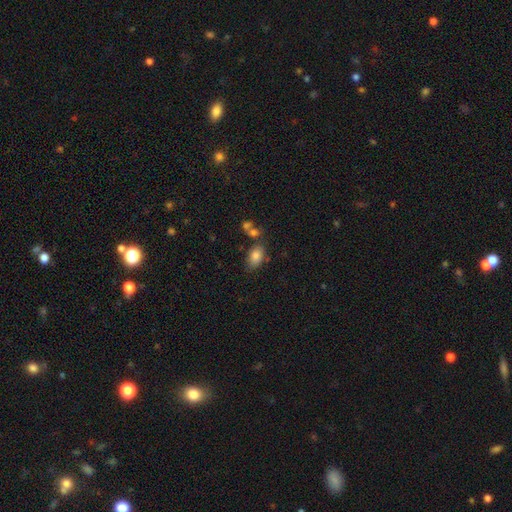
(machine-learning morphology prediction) Smooth or featured? smooth (82%)
How rounded? in between (90%)
Merging? none (64%)